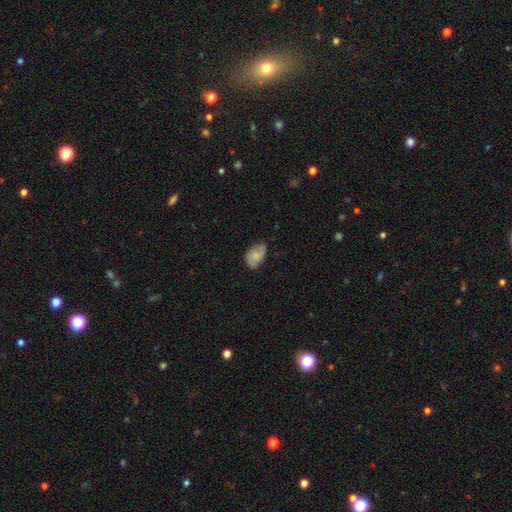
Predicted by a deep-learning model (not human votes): smooth-or-featured: smooth: 58% | featured or disk: 35% | star or artifact: 7%
  how-rounded: in between: 87% | round: 11% | cigar-shaped: 1%
  merging: none: 66% | minor disturbance: 27% | major disturbance: 6% | merger: 1%